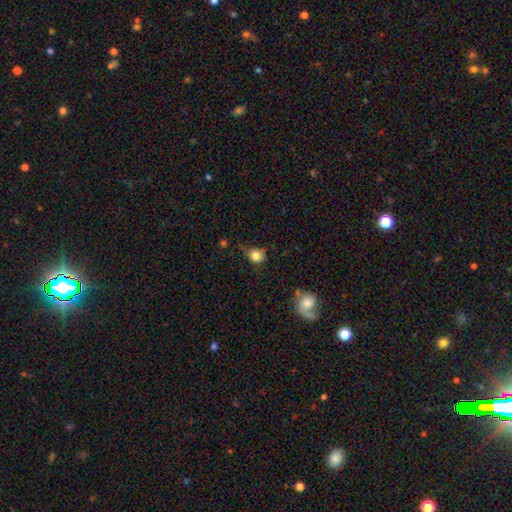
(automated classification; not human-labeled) A smooth galaxy with no disk features (81%) that is round (70%).

Vote fractions:
- Smooth or featured? smooth: 81% / star or artifact: 10% / featured or disk: 8%
- How rounded? round: 70% / in between: 29% / cigar-shaped: 1%
- Merging? none: 53% / minor disturbance: 32% / major disturbance: 11% / merger: 4%